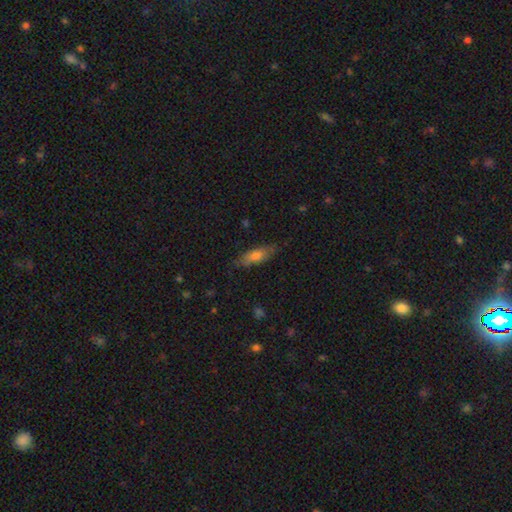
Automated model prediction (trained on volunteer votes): This is likely a smooth galaxy (69%). How rounded: likely in between (60%). Merging: likely none (75%).